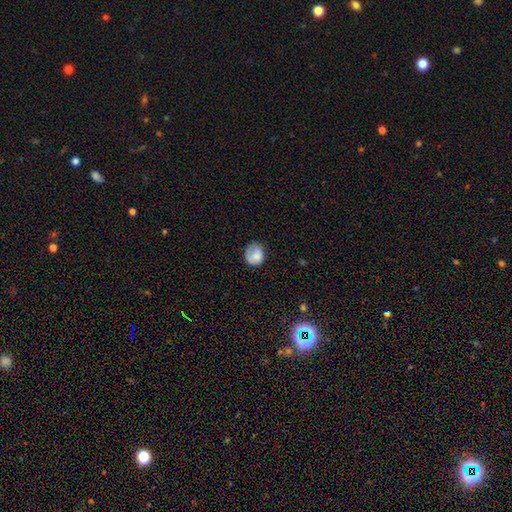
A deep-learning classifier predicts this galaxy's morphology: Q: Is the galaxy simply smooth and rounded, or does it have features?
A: smooth — 75%.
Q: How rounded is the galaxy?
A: round — 65%.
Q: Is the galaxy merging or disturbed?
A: none — 56%.